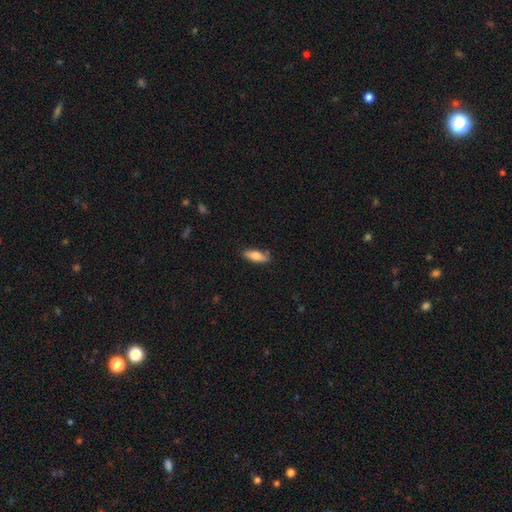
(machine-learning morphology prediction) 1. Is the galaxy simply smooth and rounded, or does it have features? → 76% smooth, 18% featured or disk, 6% star or artifact.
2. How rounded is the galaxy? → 65% in between, 33% cigar-shaped, 2% round.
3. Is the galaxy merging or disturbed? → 78% none, 17% minor disturbance, 3% major disturbance, 2% merger.